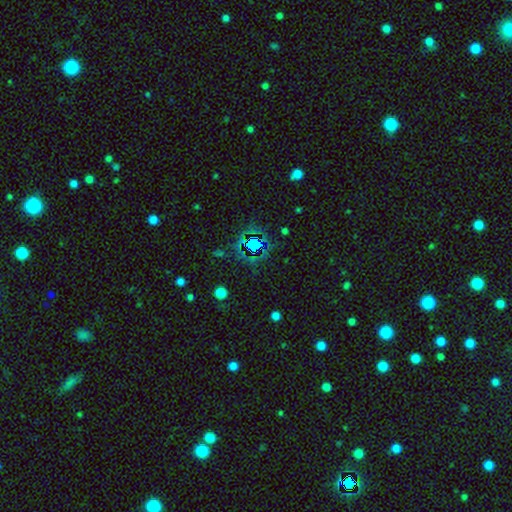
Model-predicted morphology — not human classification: smooth-or-featured: star or artifact: 77% | smooth: 13% | featured or disk: 9%